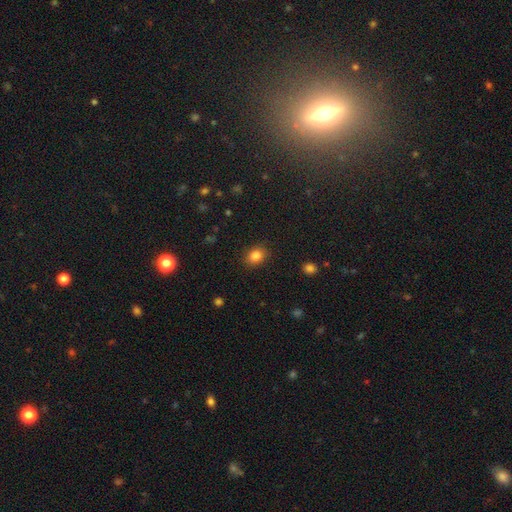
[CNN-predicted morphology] Smooth or featured? smooth (85%)
How rounded? in between (52%)
Merging? none (87%)